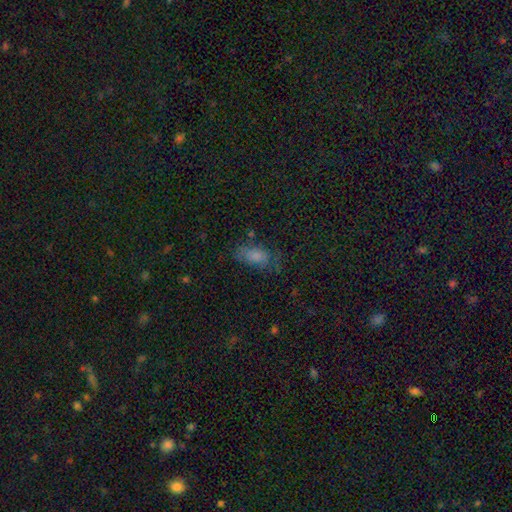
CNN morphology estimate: The model was most divided on "merging": none: 55%, minor disturbance: 26%, major disturbance: 15%, merger: 3%. More confident: how rounded — in between (87%); smooth or featured — smooth (71%).